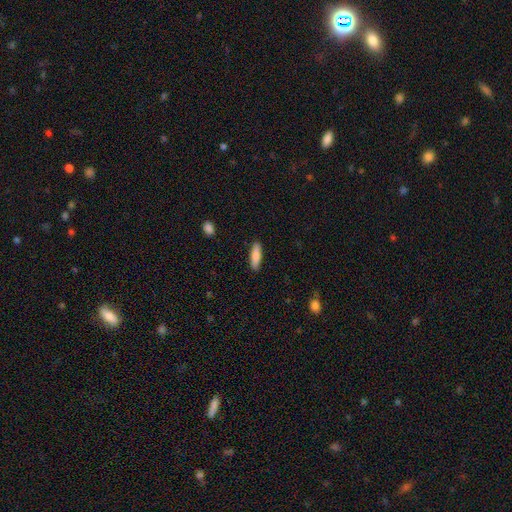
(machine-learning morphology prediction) smooth_or_featured: smooth (p=0.81) [alt: featured or disk p=0.13]
how_rounded: cigar-shaped (p=0.63) [alt: in between p=0.35]
merging: none (p=0.89) [alt: minor disturbance p=0.08]